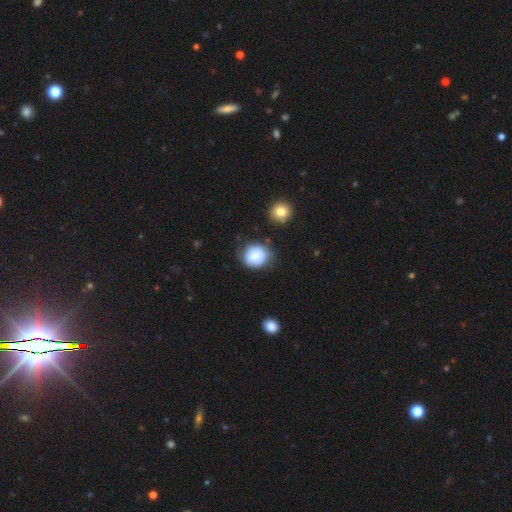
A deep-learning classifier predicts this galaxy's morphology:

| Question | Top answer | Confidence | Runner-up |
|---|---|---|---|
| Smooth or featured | smooth | 75% | featured or disk (17%) |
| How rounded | round | 85% | in between (14%) |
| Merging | none | 70% | minor disturbance (21%) |